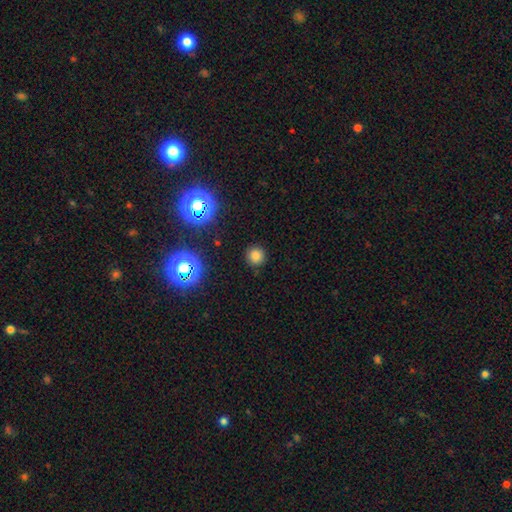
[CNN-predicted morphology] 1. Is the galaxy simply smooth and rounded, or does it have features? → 75% smooth, 19% star or artifact, 5% featured or disk.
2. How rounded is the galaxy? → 94% round, 5% in between, 1% cigar-shaped.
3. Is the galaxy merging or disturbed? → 89% none, 7% minor disturbance, 3% major disturbance, 2% merger.